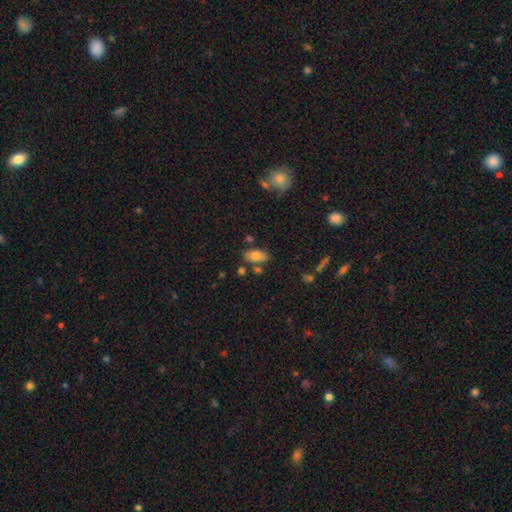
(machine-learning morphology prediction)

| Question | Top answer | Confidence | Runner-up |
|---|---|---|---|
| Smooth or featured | smooth | 78% | featured or disk (14%) |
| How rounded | in between | 91% | cigar-shaped (5%) |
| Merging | none | 71% | minor disturbance (15%) |